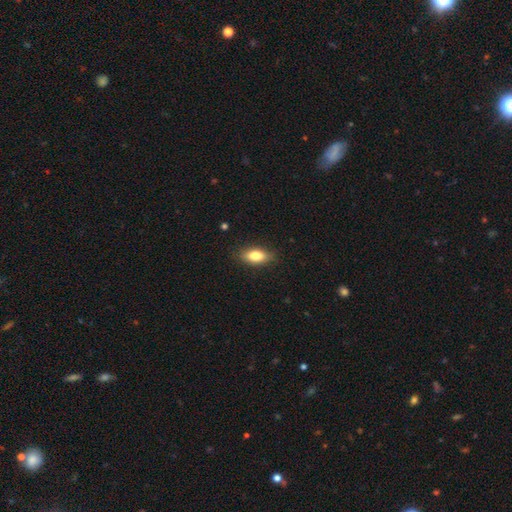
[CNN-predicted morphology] A smooth galaxy with no disk features (80%) that is in between round and cigar-shaped (83%). Merging: none (85%).